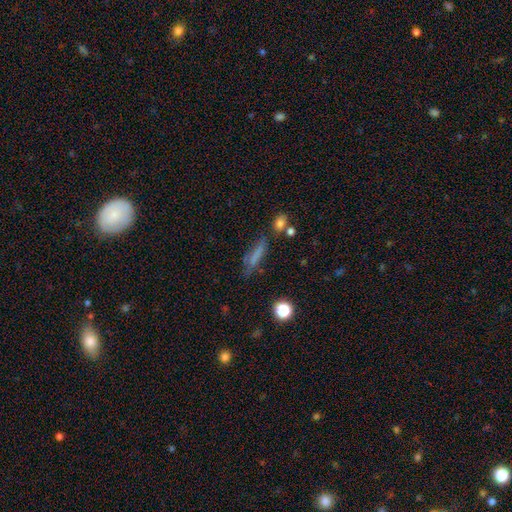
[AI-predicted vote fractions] This appears to be a smooth galaxy with no disk features (67%) that is cigar-shaped (71%). Merging: none (60%).